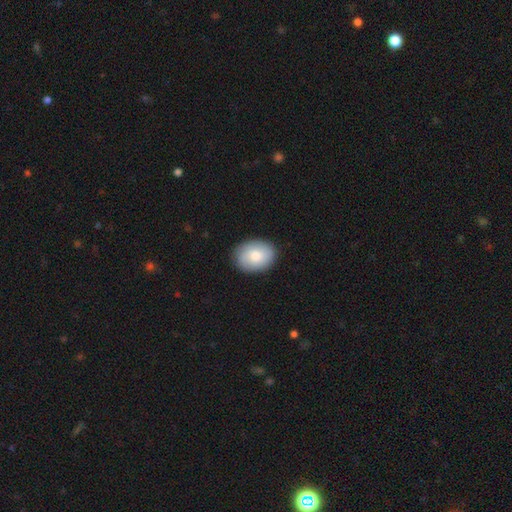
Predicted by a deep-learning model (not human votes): A smooth galaxy with no disk features (77%) that is in between round and cigar-shaped (68%).

Vote fractions:
- Smooth or featured? smooth: 77% / featured or disk: 17% / star or artifact: 6%
- How rounded? in between: 68% / round: 31% / cigar-shaped: 1%
- Merging? none: 87% / minor disturbance: 10% / major disturbance: 2% / merger: 1%